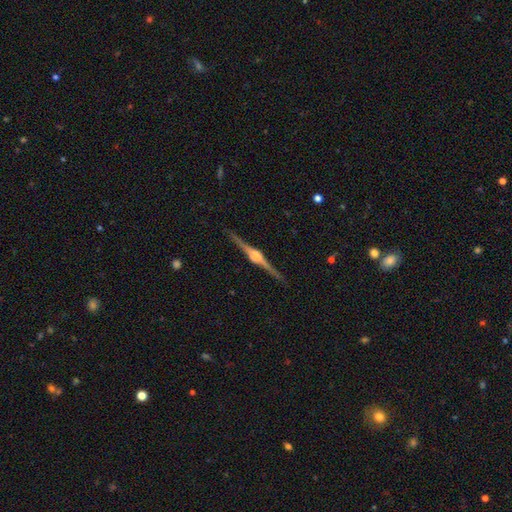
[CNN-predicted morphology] This is clearly a featured or disk galaxy (88%). It is clearly viewed edge-on (99%). Edge-on bulge: clearly rounded (85%). Merging: clearly none (91%).